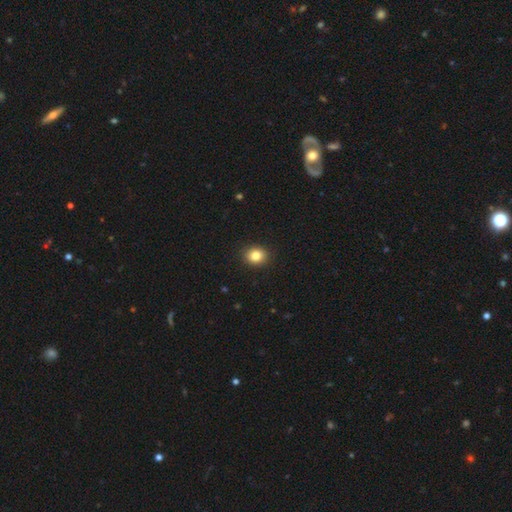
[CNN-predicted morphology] This appears to be a smooth galaxy with no disk features (84%) that is round (69%). Merging: none (90%).